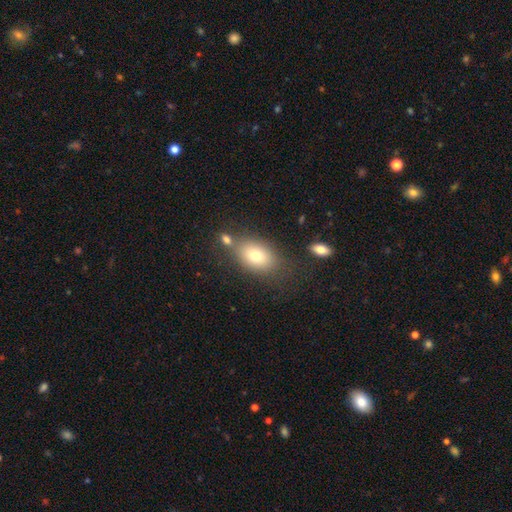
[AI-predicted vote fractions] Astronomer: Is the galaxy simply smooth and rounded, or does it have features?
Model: smooth — 75%.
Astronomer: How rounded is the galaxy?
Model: in between — 81%.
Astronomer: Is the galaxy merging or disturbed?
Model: none — 67%.